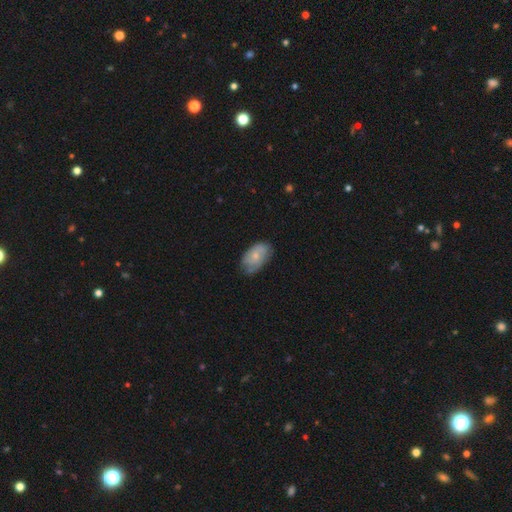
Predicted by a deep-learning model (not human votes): Smooth or featured? smooth (57%)
How rounded? in between (92%)
Merging? none (61%)